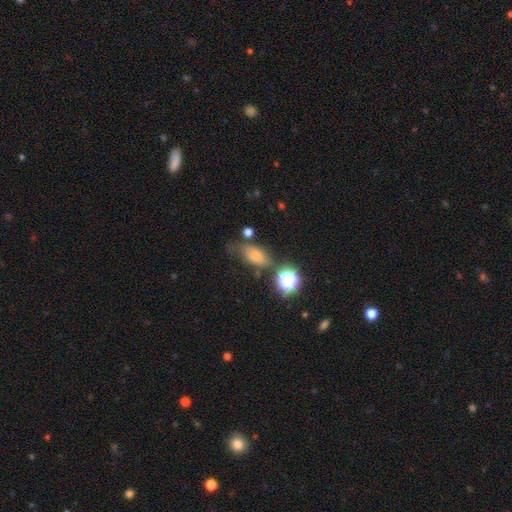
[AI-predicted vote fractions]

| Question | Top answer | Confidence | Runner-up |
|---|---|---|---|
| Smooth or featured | smooth | 69% | star or artifact (16%) |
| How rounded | in between | 77% | round (13%) |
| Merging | none | 56% | minor disturbance (23%) |